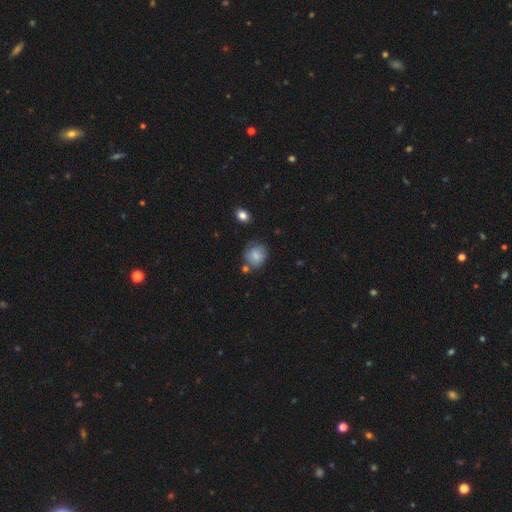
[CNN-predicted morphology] Overall: smooth (80%). How rounded: round (76%). Merging: none (66%).